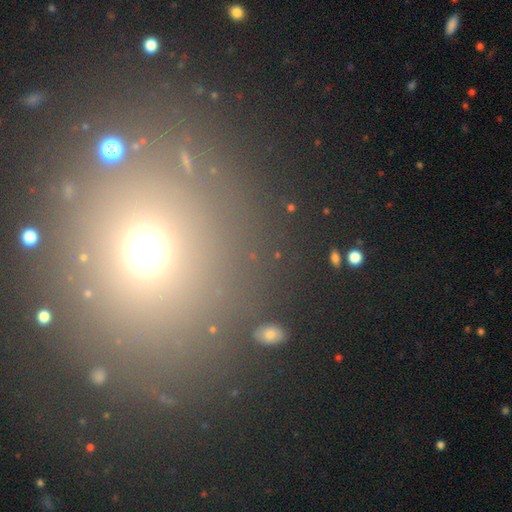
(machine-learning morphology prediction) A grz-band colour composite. It shows a smooth galaxy with no disk features (56%) that is round (81%). Merging: none (85%).